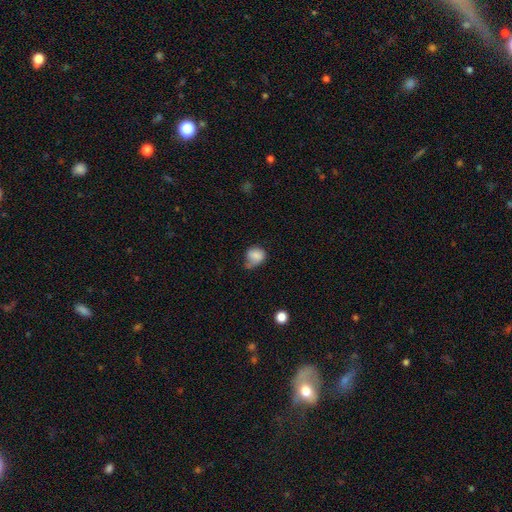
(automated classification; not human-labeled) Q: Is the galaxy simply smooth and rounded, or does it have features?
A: smooth — 80%.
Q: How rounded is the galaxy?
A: round — 50%.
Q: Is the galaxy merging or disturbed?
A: minor disturbance — 39%.